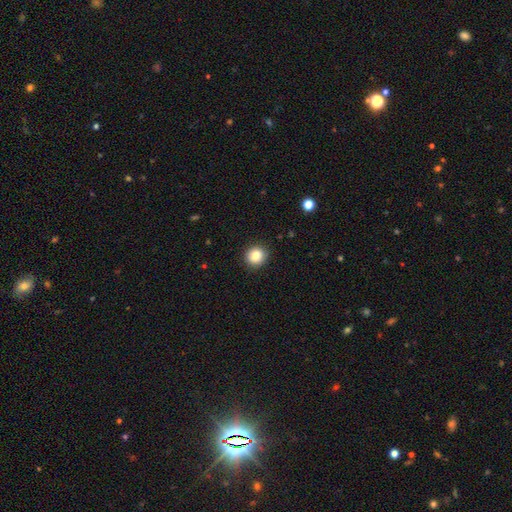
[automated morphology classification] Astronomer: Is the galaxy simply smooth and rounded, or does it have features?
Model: smooth — 85%.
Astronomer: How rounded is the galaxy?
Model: round — 85%.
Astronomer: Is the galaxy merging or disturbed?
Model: none — 89%.